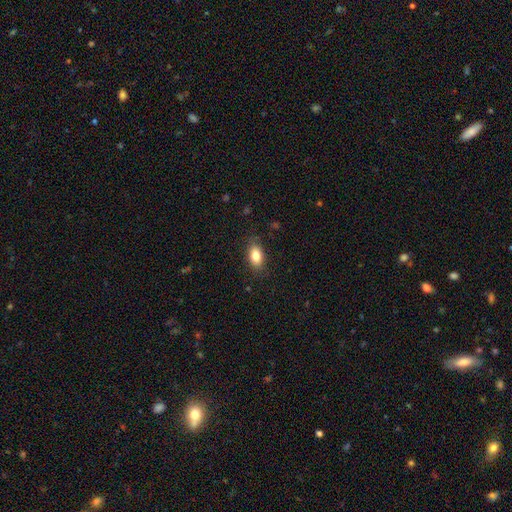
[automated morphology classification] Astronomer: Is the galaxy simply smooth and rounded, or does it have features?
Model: smooth — 83%.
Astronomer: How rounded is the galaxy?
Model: in between — 89%.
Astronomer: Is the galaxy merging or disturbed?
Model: none — 84%.